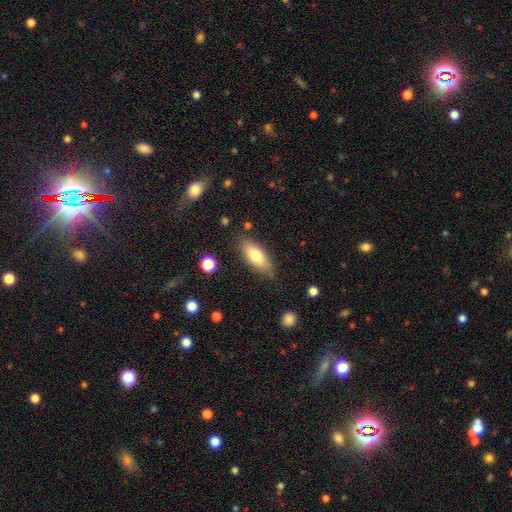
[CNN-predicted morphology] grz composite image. It shows a smooth galaxy with no disk features (77%) that is in between round and cigar-shaped (76%). Merging: none (80%).